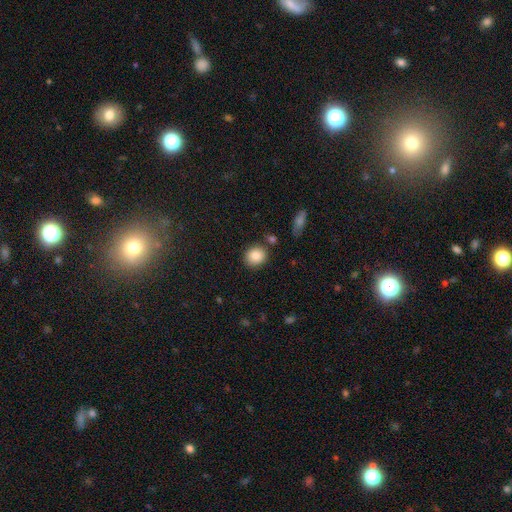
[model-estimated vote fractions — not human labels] This is clearly a smooth galaxy (86%). How rounded: likely round (76%). Merging: clearly none (82%).